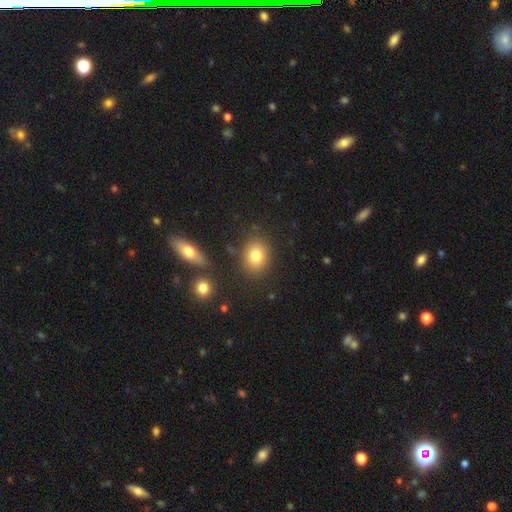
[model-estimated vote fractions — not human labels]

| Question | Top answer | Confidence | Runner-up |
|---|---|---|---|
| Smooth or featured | smooth | 81% | star or artifact (10%) |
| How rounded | in between | 50% | round (48%) |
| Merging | none | 81% | minor disturbance (11%) |